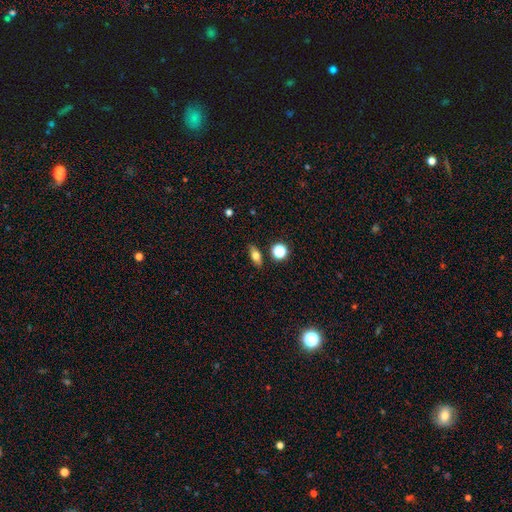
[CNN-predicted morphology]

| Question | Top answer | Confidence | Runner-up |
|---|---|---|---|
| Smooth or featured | smooth | 69% | featured or disk (19%) |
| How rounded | in between | 70% | cigar-shaped (15%) |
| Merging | none | 82% | minor disturbance (12%) |